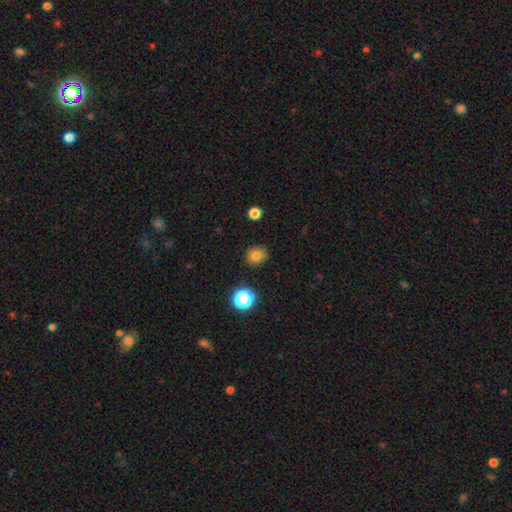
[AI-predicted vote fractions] Smooth or featured? Predicted: smooth (p=0.80). How rounded? Predicted: round (p=0.74). Merging? Predicted: none (p=0.82).